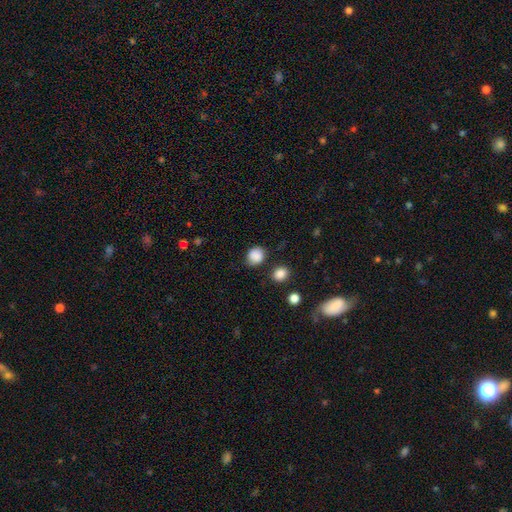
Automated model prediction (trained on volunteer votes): Smooth or featured? smooth (86%)
How rounded? round (72%)
Merging? none (76%)